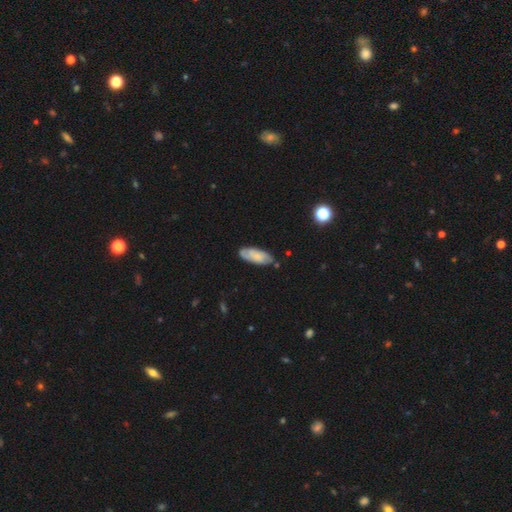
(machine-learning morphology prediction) This is possibly a smooth galaxy (57%). How rounded: likely in between (78%). Merging: likely none (73%).